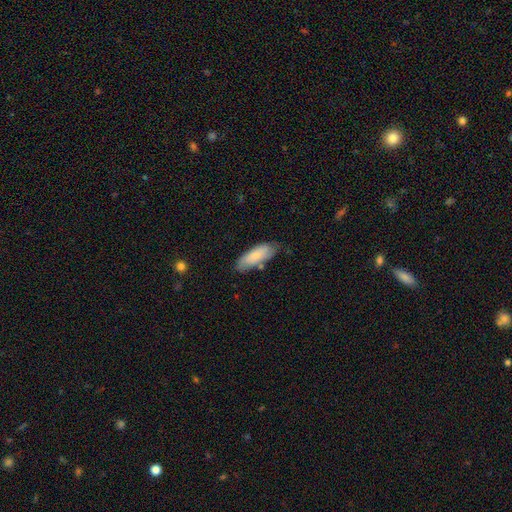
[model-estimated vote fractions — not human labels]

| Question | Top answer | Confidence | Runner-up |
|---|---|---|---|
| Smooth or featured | smooth | 79% | featured or disk (15%) |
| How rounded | in between | 63% | cigar-shaped (35%) |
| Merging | none | 70% | minor disturbance (21%) |